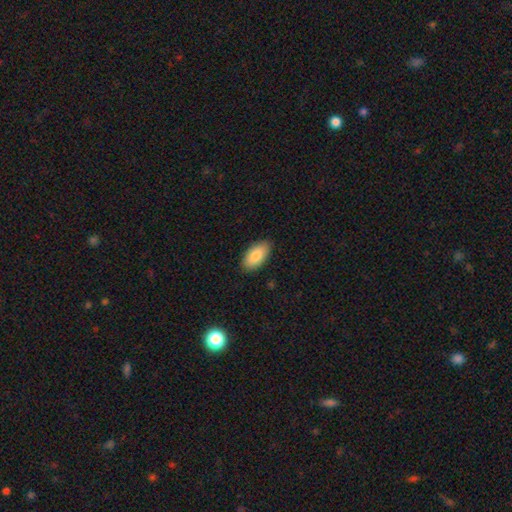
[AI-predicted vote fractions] Smooth or featured?
  - smooth: 85% *
  - featured or disk: 9%
  - star or artifact: 6%
How rounded?
  - in between: 94% *
  - cigar-shaped: 4%
  - round: 2%
Merging?
  - none: 88% *
  - minor disturbance: 9%
  - major disturbance: 2%
  - merger: 1%